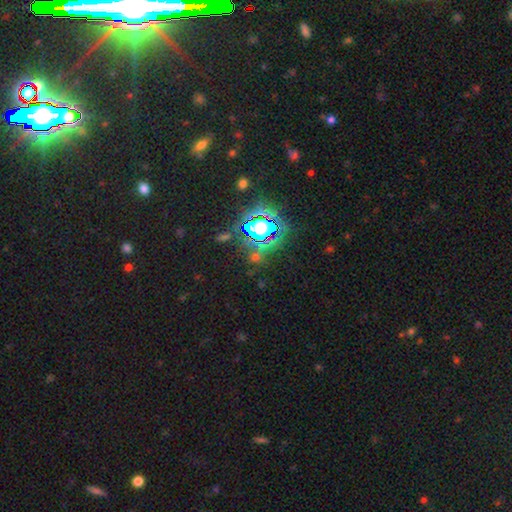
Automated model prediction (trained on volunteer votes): This is likely a star or artifact rather than a galaxy (78%).